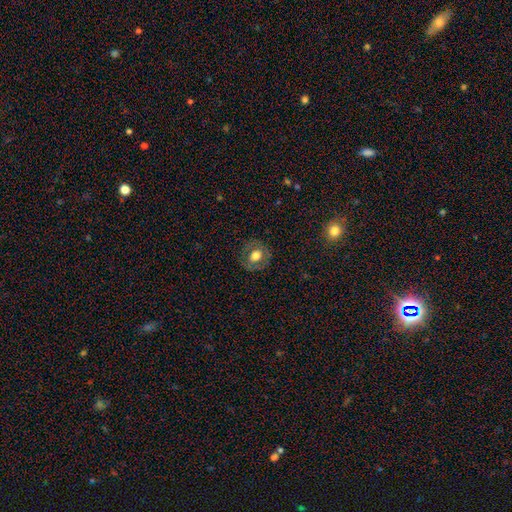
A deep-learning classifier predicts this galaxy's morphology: Smooth or featured?
  - smooth: 59% *
  - featured or disk: 32%
  - star or artifact: 9%
How rounded?
  - round: 77% *
  - in between: 22%
  - cigar-shaped: 1%
Merging?
  - none: 82% *
  - minor disturbance: 12%
  - major disturbance: 5%
  - merger: 1%